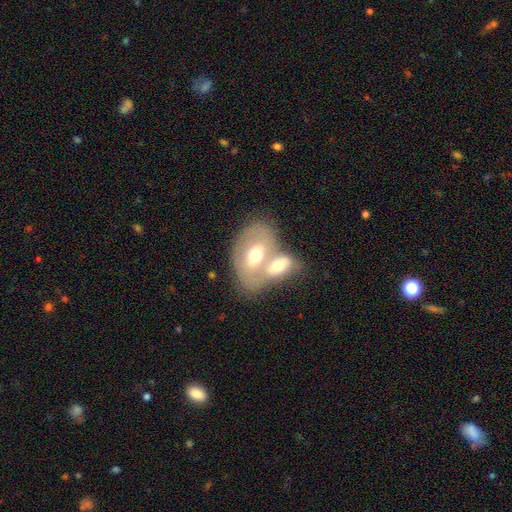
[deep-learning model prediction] Smooth or featured? Predicted: smooth (p=0.49). Merging? Predicted: merger (p=0.64).